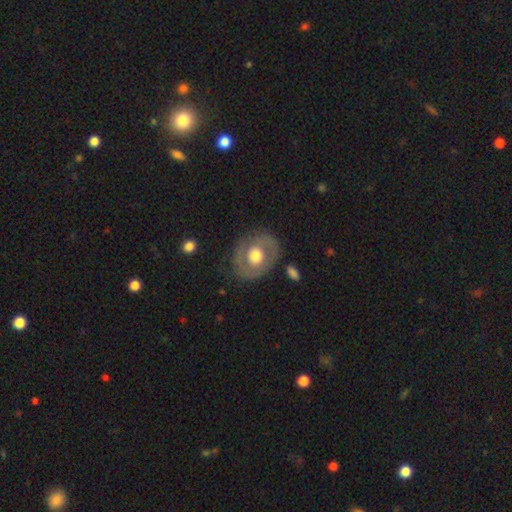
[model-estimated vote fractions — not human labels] This appears to be a featured or disk galaxy (53%) with no bar (80%), no spiral arms (69%) and a moderate central bulge (60%). Merging: none (75%).